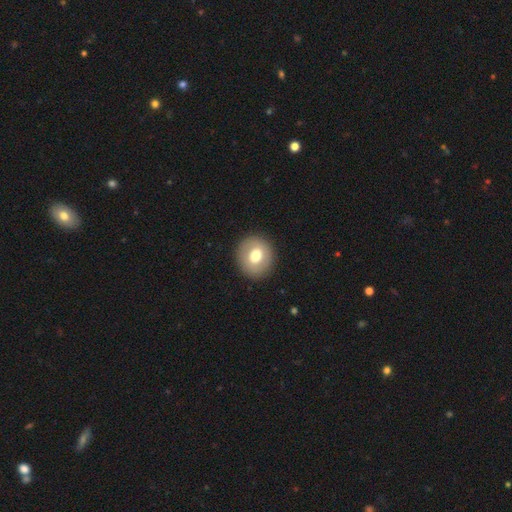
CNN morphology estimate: smooth-or-featured: smooth: 69% | featured or disk: 23% | star or artifact: 8%
  how-rounded: round: 84% | in between: 15% | cigar-shaped: 1%
  merging: none: 90% | minor disturbance: 7% | major disturbance: 2% | merger: 1%